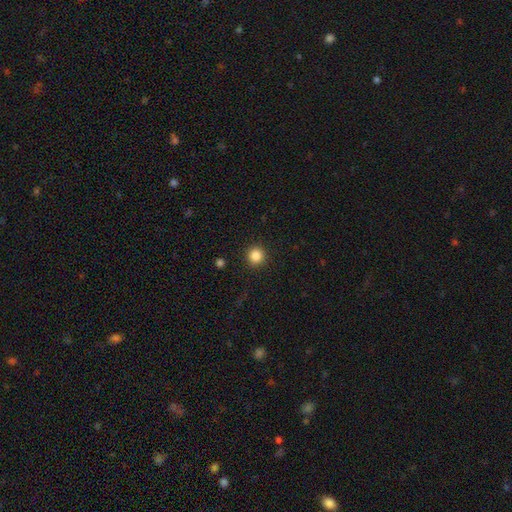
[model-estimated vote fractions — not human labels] Smooth or featured?
  - smooth: 85% *
  - star or artifact: 11%
  - featured or disk: 4%
How rounded?
  - round: 94% *
  - in between: 5%
  - cigar-shaped: 1%
Merging?
  - none: 92% *
  - minor disturbance: 5%
  - major disturbance: 2%
  - merger: 1%